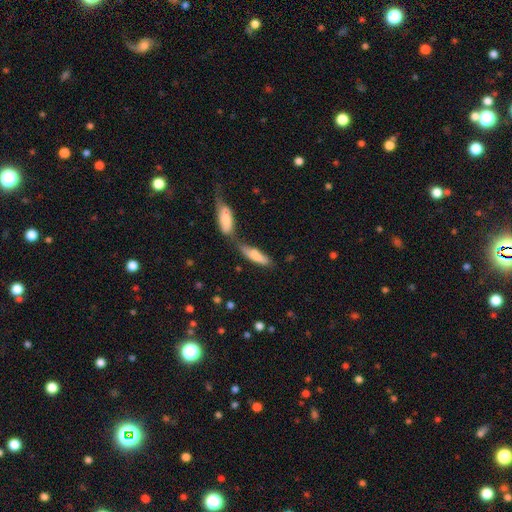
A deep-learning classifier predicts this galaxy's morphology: smooth-or-featured: smooth: 75% | featured or disk: 18% | star or artifact: 7%
  how-rounded: cigar-shaped: 57% | in between: 41% | round: 2%
  merging: merger: 50% | none: 26% | minor disturbance: 15% | major disturbance: 9%